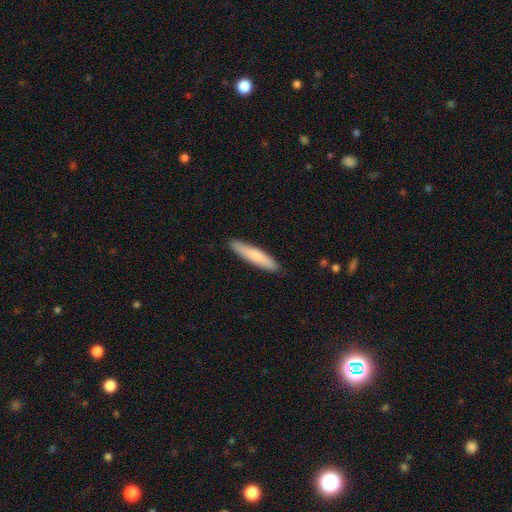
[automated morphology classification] This is likely a smooth galaxy (77%). How rounded: clearly cigar-shaped (88%). Merging: clearly none (89%).